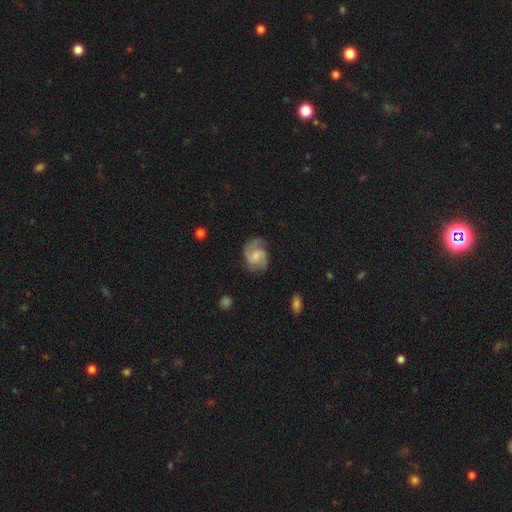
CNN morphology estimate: A featured or disk galaxy (82%) with no bar (50%), 2 (61%) medium (53%) spiral arms (97%) and a small central bulge (40%). Merging: none (72%).